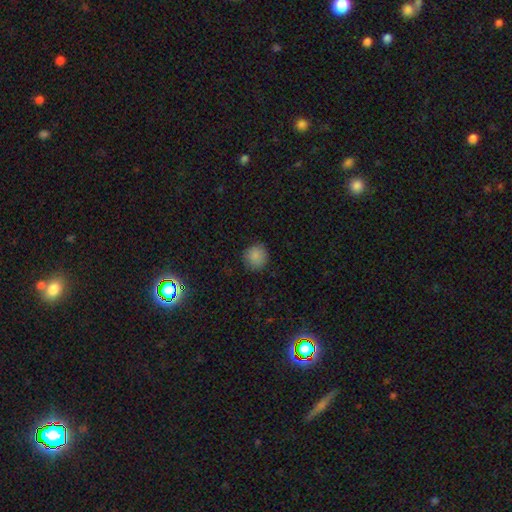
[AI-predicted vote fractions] smooth 86%, star or artifact 10%, featured or disk 4%. Down the decision tree: how rounded — round (89%); merging — none (85%).